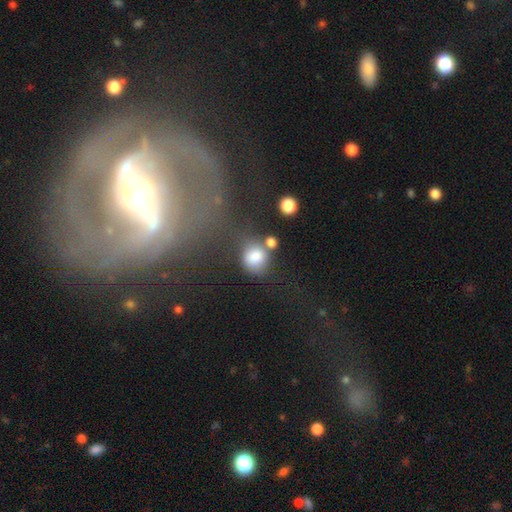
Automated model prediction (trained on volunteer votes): Smooth or featured? Predicted: smooth (p=0.78). How rounded? Predicted: round (p=0.67). Merging? Predicted: none (p=0.48).